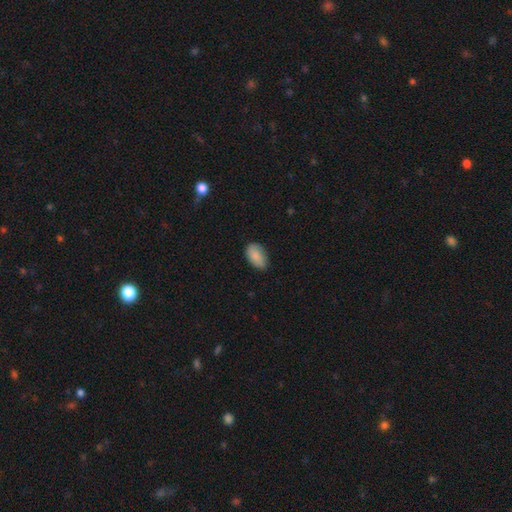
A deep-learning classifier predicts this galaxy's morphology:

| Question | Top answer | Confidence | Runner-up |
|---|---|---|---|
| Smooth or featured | smooth | 86% | star or artifact (7%) |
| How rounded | in between | 92% | round (6%) |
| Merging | none | 71% | minor disturbance (24%) |